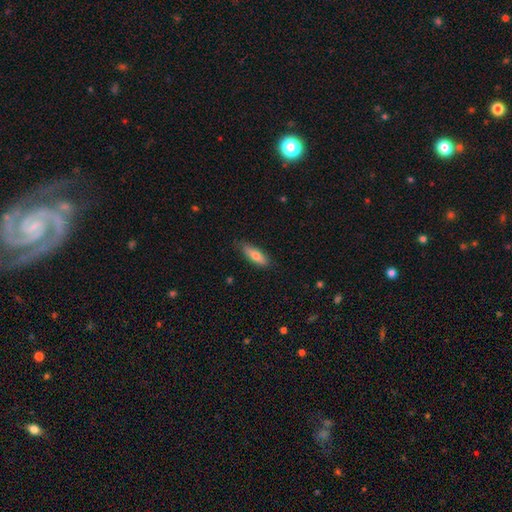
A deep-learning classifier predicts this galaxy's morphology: Smooth or featured? Predicted: smooth (p=0.72). How rounded? Predicted: in between (p=0.53). Merging? Predicted: none (p=0.80).